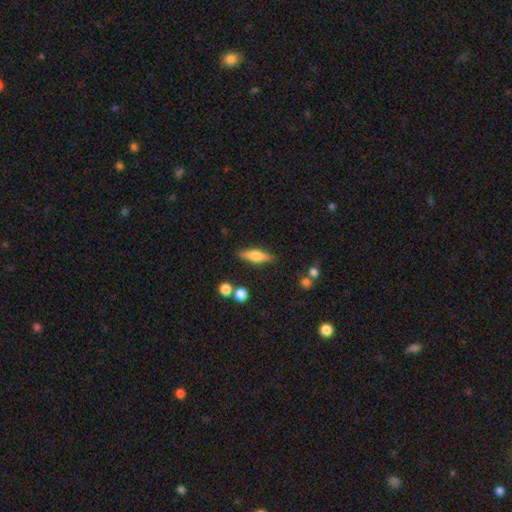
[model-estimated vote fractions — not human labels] smooth 68%, featured or disk 25%, star or artifact 7%. Down the decision tree: how rounded — cigar-shaped (56%); merging — none (83%).